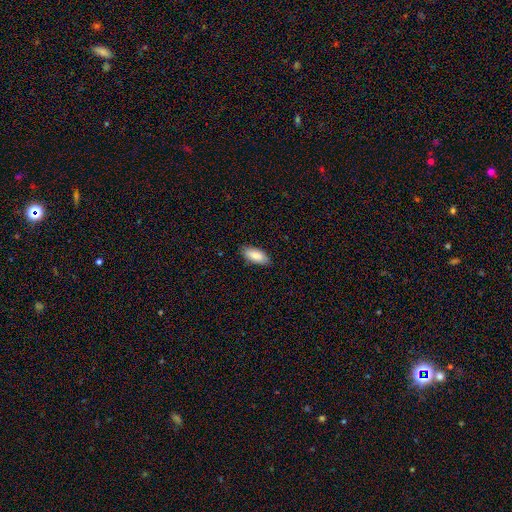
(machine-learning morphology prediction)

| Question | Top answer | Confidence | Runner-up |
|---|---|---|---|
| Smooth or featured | smooth | 83% | featured or disk (11%) |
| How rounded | in between | 88% | cigar-shaped (10%) |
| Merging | none | 85% | minor disturbance (12%) |